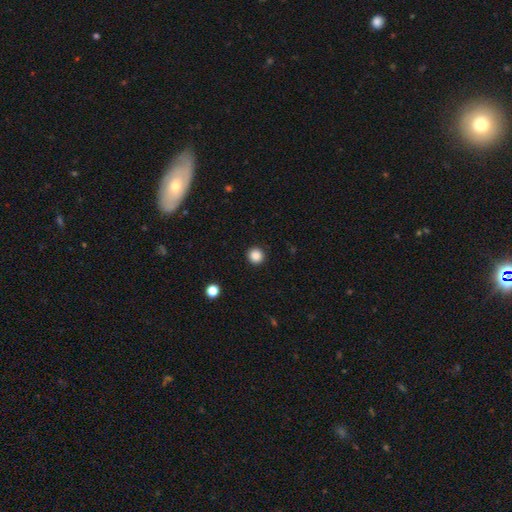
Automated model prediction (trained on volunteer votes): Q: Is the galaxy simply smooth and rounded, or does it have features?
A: smooth — 87%.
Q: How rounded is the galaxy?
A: round — 95%.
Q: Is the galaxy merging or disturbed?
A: none — 93%.